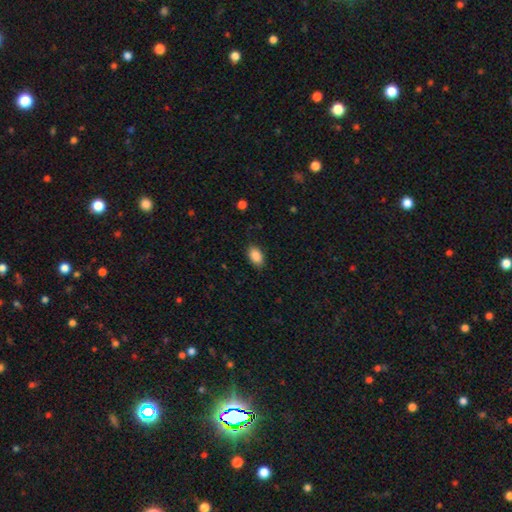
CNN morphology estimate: Smooth or featured? smooth (87%)
How rounded? in between (89%)
Merging? none (85%)